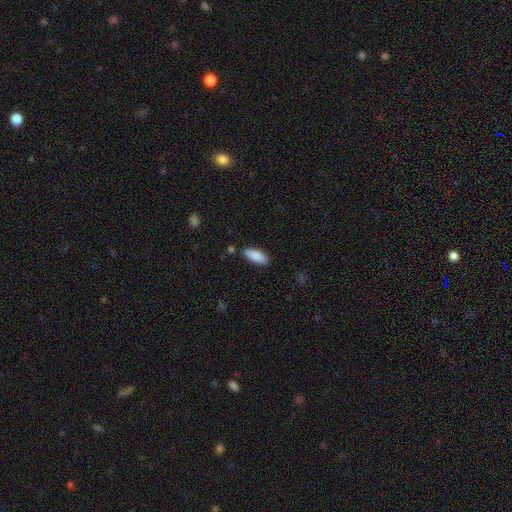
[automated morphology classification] Smooth or featured? smooth (89%)
How rounded? in between (82%)
Merging? none (84%)